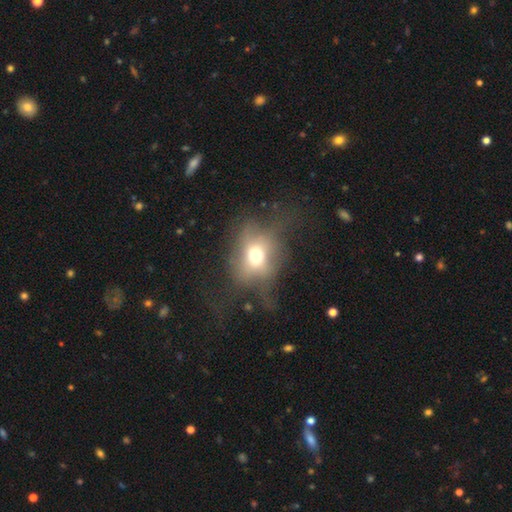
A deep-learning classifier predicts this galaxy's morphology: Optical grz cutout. It shows a smooth galaxy with no disk features (54%) that is round (55%). Merging: none (39%).